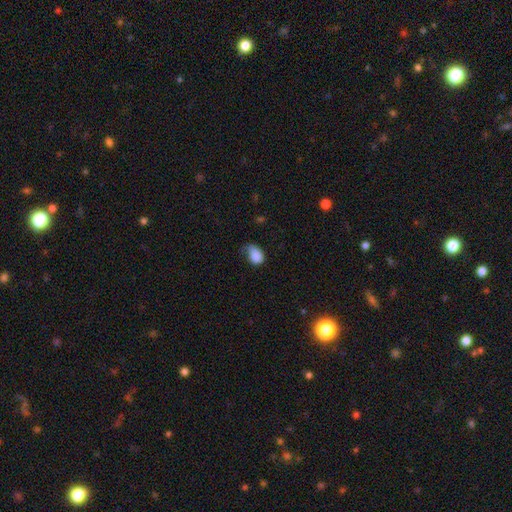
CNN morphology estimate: Smooth or featured? smooth (84%)
How rounded? in between (78%)
Merging? minor disturbance (39%)